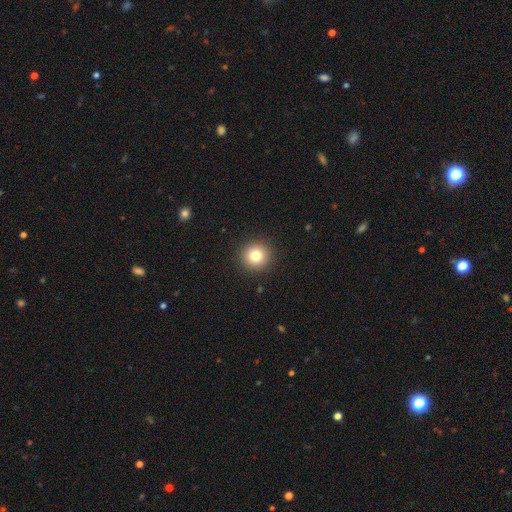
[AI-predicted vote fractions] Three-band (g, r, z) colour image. It shows a smooth galaxy with no disk features (80%) that is round (94%). Merging: none (92%).